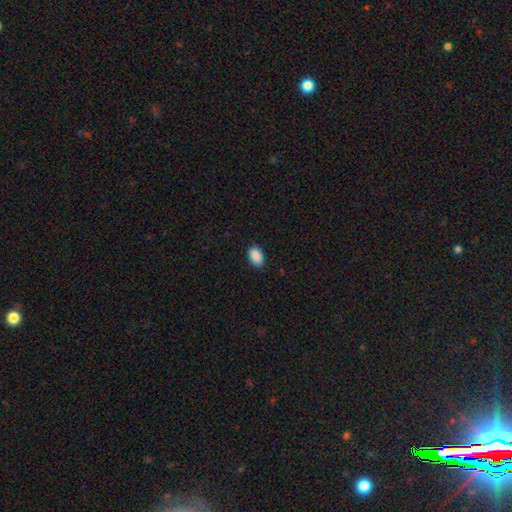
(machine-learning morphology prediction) A smooth galaxy with no disk features (90%) that is in between round and cigar-shaped (90%). Merging: none (86%).